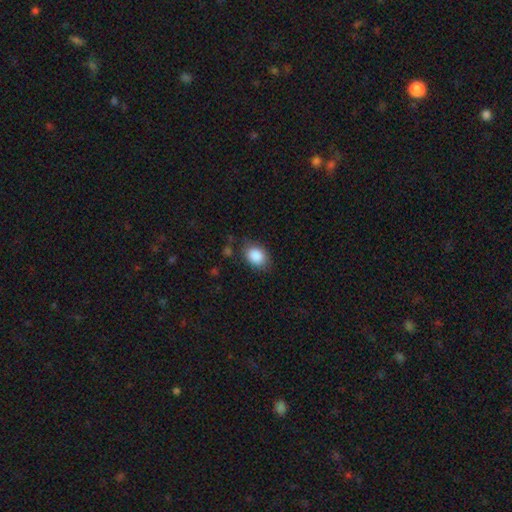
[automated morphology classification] This appears to be a smooth galaxy with no disk features (88%) that is in between round and cigar-shaped (73%). Merging: none (76%).